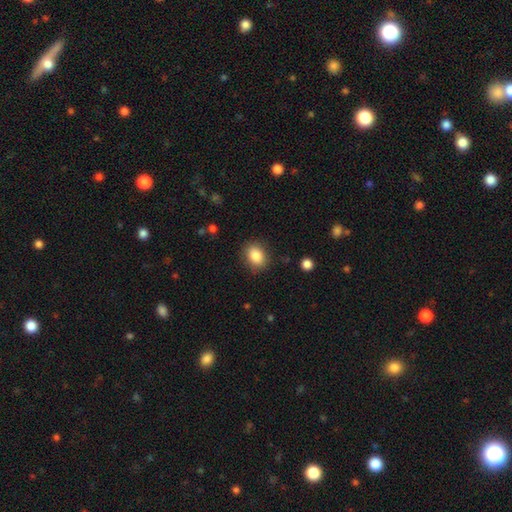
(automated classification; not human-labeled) A smooth galaxy with no disk features (86%) that is in between round and cigar-shaped (59%). Merging: none (85%).